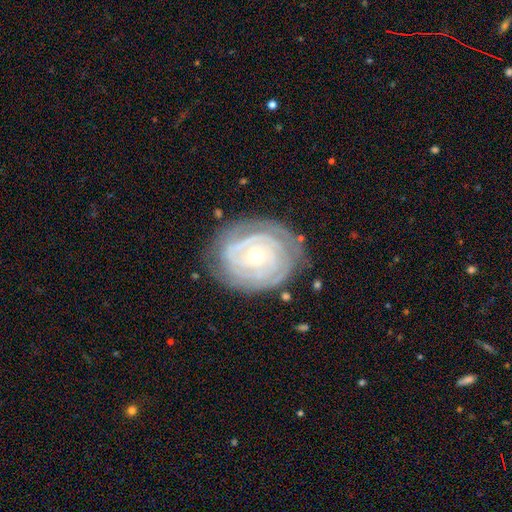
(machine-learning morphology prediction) A featured or disk galaxy (86%) with no bar (69%), tight (83%) spiral arms (94%) and a small central bulge (52%). Merging: none (77%).